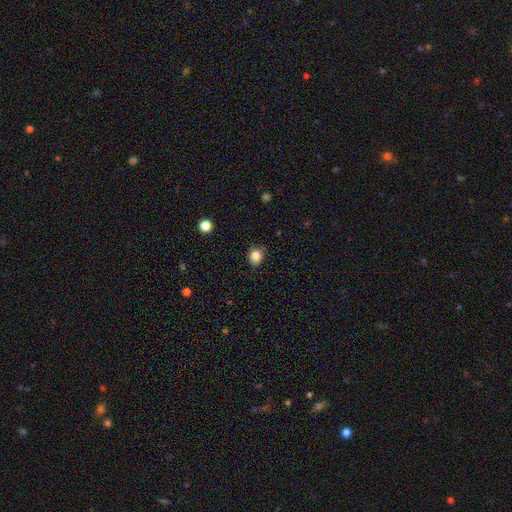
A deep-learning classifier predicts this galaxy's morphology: Smooth or featured? Predicted: smooth (p=0.85). How rounded? Predicted: round (p=0.69). Merging? Predicted: none (p=0.85).